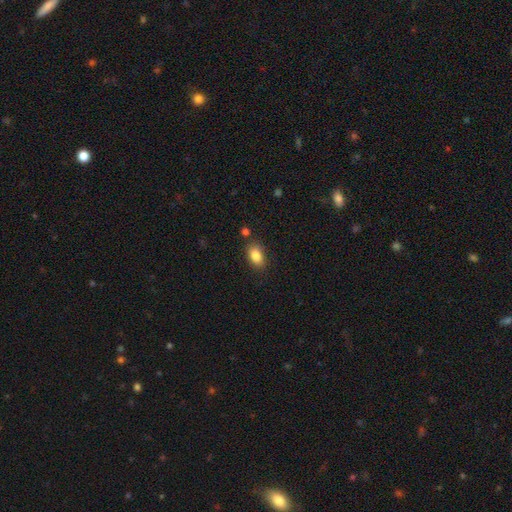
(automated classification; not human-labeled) smooth-or-featured: smooth: 85% | star or artifact: 9% | featured or disk: 6%
  how-rounded: in between: 87% | round: 11% | cigar-shaped: 2%
  merging: none: 81% | minor disturbance: 12% | merger: 4% | major disturbance: 3%